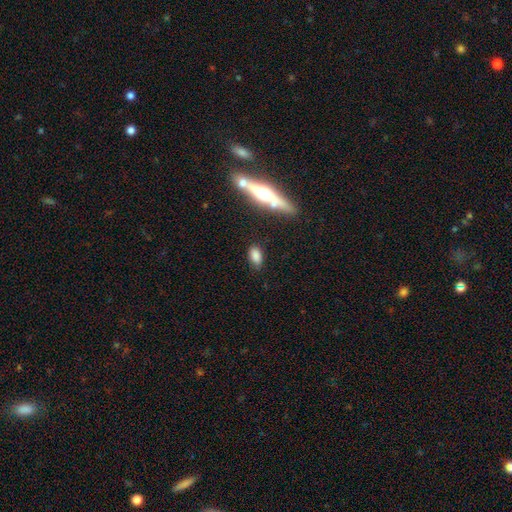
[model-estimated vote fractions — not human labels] Smooth or featured? Predicted: smooth (p=0.82). How rounded? Predicted: in between (p=0.83). Merging? Predicted: none (p=0.78).